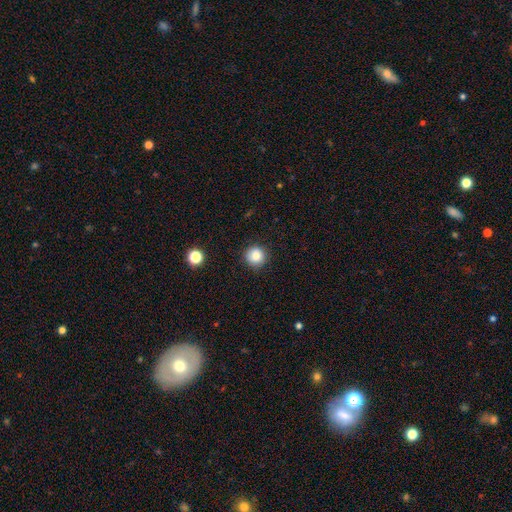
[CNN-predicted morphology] smooth-or-featured: smooth: 84% | star or artifact: 11% | featured or disk: 5%
  how-rounded: round: 94% | in between: 5% | cigar-shaped: 1%
  merging: none: 90% | minor disturbance: 7% | major disturbance: 2% | merger: 1%